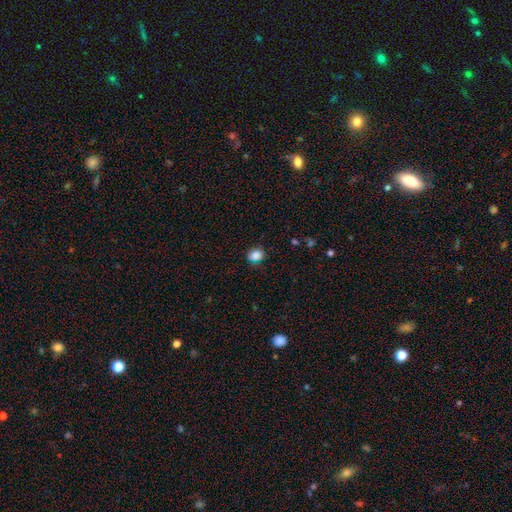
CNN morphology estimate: Q: Smooth or featured?
A: smooth (85%); runner-up: star or artifact (11%)
Q: How rounded?
A: round (66%); runner-up: in between (33%)
Q: Merging?
A: none (79%); runner-up: minor disturbance (15%)